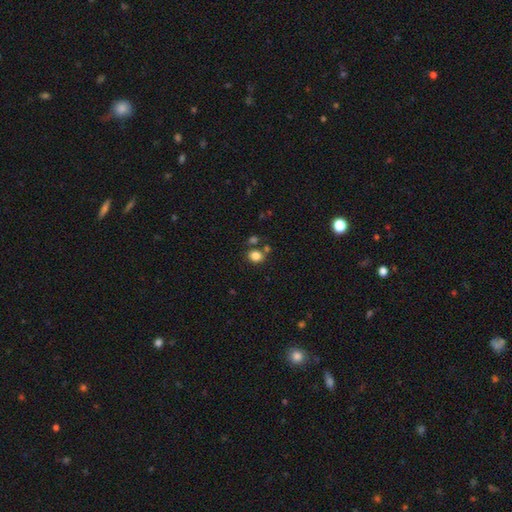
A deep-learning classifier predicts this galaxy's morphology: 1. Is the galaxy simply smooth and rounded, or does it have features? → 83% smooth, 12% star or artifact, 5% featured or disk.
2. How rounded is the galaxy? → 60% round, 39% in between, 1% cigar-shaped.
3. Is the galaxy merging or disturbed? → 70% none, 15% merger, 11% minor disturbance, 4% major disturbance.